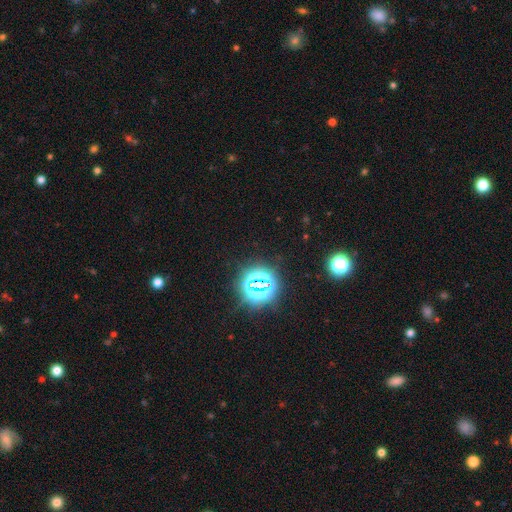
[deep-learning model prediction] This appears to be a star or artifact, not a galaxy (78%).